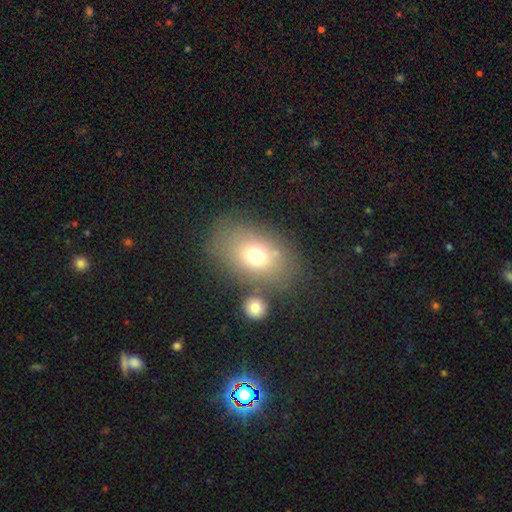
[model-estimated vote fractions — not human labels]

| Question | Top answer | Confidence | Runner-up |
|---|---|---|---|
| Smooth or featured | smooth | 70% | featured or disk (18%) |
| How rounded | in between | 78% | round (21%) |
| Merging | none | 64% | minor disturbance (15%) |